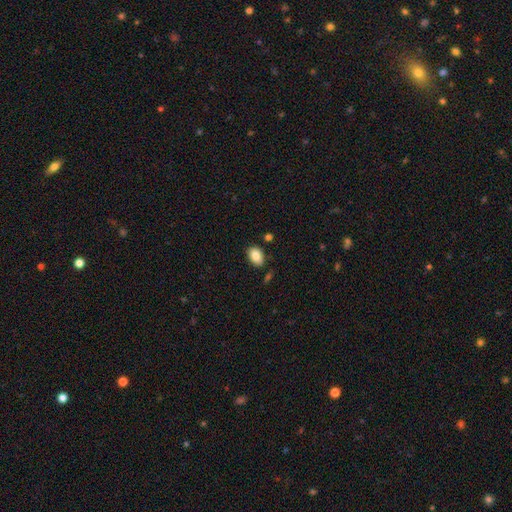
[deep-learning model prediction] Smooth or featured? smooth (85%)
How rounded? in between (85%)
Merging? none (83%)